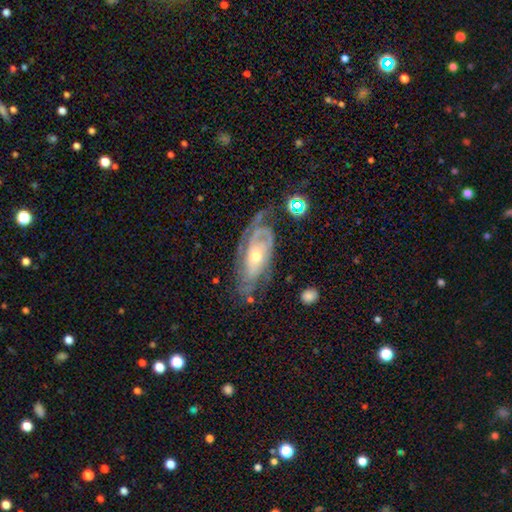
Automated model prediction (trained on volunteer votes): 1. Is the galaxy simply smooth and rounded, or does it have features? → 85% featured or disk, 9% smooth, 6% star or artifact.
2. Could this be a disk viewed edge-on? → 91% no, 9% yes.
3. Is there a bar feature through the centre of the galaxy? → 65% no, 26% weak, 10% strong.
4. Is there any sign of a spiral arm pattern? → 94% yes, 6% no.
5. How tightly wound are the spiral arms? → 67% tight, 26% medium, 7% loose.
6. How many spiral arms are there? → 36% 2, 31% can't tell, 16% 3, 8% 1, 5% 4, 4% more than 4.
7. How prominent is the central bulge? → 56% moderate, 39% small, 3% large, 1% none, 1% dominant.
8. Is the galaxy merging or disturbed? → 66% none, 20% minor disturbance, 11% major disturbance, 3% merger.